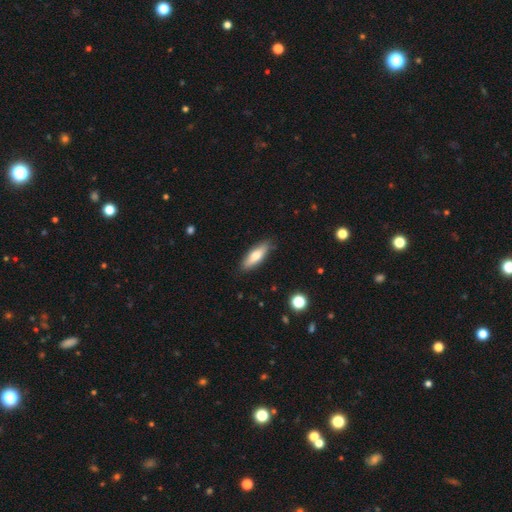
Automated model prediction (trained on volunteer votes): This appears to be a smooth galaxy with no disk features (67%) that is cigar-shaped (50%). Merging: none (86%).